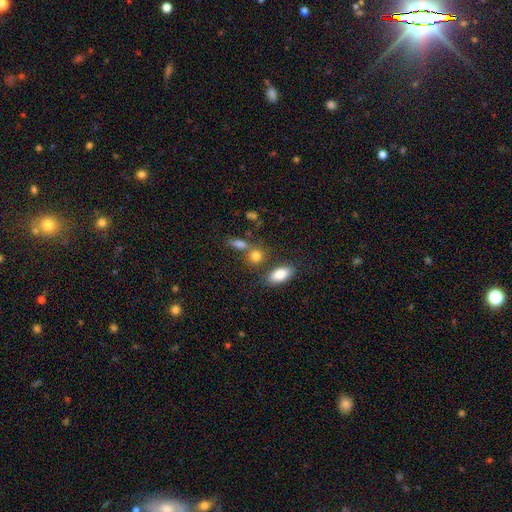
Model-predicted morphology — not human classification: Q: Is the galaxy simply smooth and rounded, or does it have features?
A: smooth — 82%.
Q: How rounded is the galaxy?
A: round — 48%.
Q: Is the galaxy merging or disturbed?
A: none — 57%.